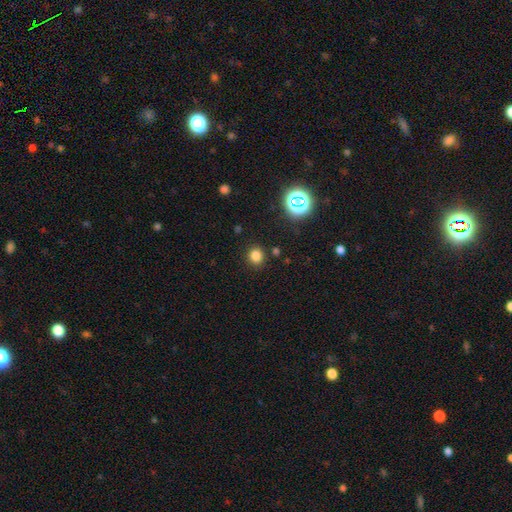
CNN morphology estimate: smooth_or_featured: smooth (p=0.79) [alt: star or artifact p=0.16]
how_rounded: round (p=0.82) [alt: in between p=0.17]
merging: none (p=0.88) [alt: minor disturbance p=0.07]